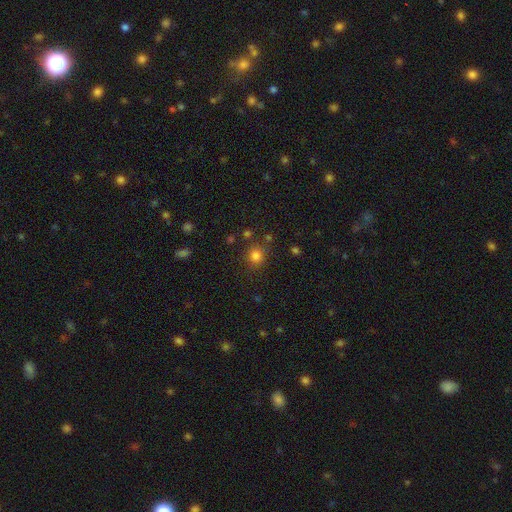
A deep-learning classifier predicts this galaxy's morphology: smooth 80%, star or artifact 15%, featured or disk 5%. Down the decision tree: how rounded — round (85%); merging — none (80%).